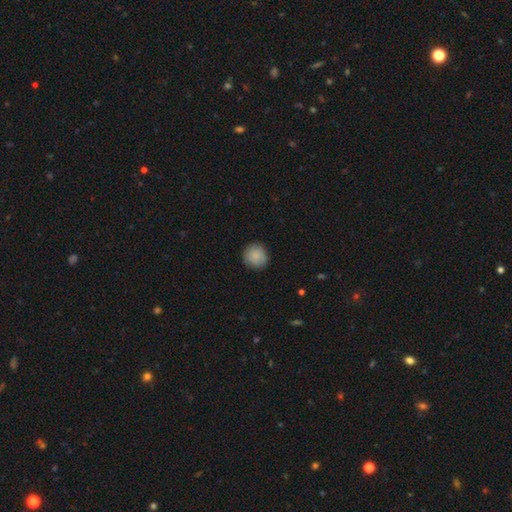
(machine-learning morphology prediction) smooth_or_featured: smooth (p=0.87) [alt: star or artifact p=0.07]
how_rounded: round (p=0.91) [alt: in between p=0.08]
merging: none (p=0.86) [alt: minor disturbance p=0.11]